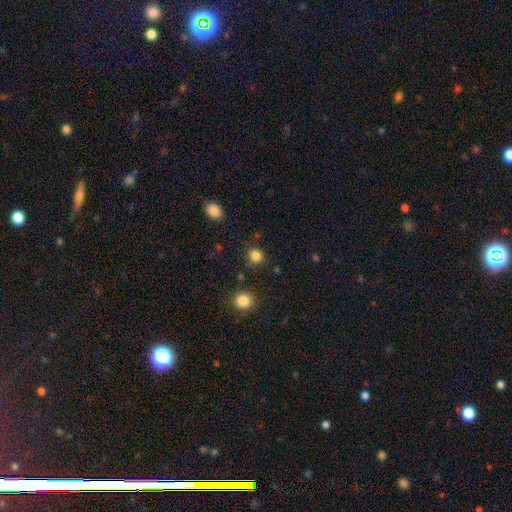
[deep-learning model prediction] This is clearly a smooth galaxy (84%). How rounded: clearly round (85%). Merging: clearly none (86%).